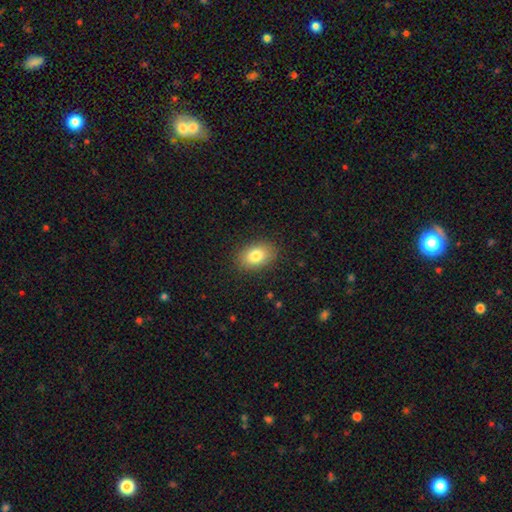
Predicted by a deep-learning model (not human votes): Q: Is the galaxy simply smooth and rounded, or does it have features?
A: smooth — 82%.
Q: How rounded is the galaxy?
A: in between — 83%.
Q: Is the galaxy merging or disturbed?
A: none — 87%.